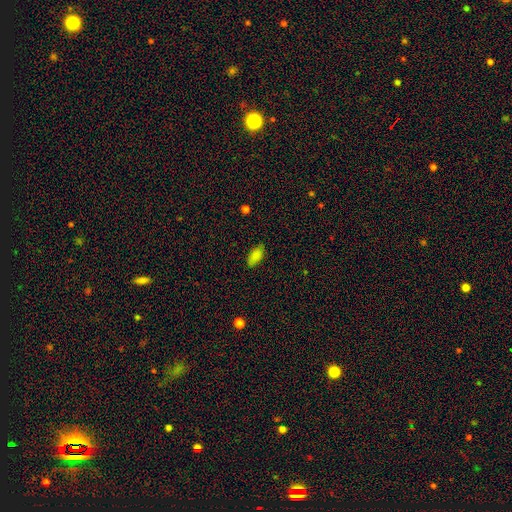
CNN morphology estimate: type=smooth (84%); roundness=in between (88%); merging=none (83%).